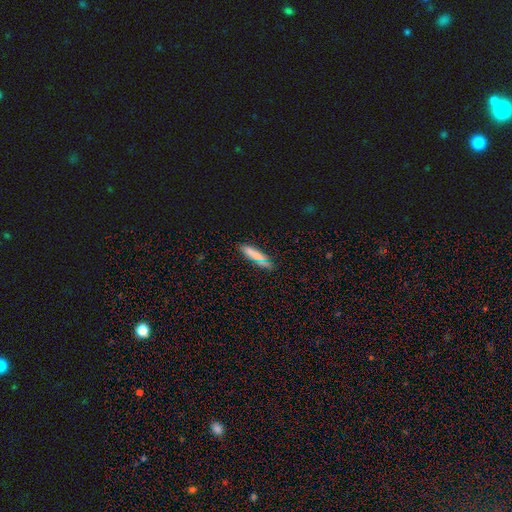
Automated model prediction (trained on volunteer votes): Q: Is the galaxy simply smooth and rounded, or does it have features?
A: smooth — 78%.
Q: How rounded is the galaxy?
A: cigar-shaped — 70%.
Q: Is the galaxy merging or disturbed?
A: none — 84%.